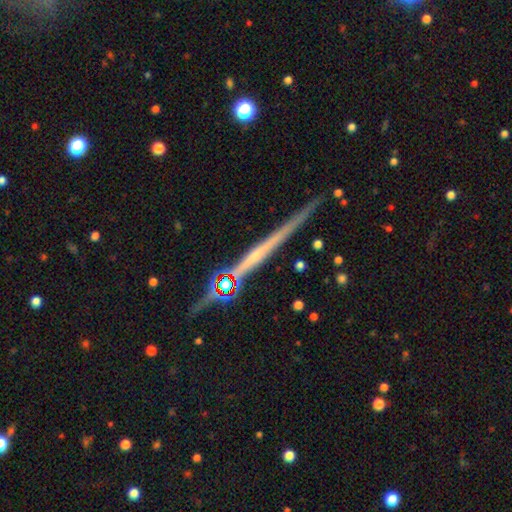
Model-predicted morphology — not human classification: Smooth or featured: featured or disk — 71% (smooth — 19%)
Edge-on disk: yes — 97% (no — 3%)
Edge-on bulge: none — 70% (rounded — 24%)
Merging: none — 83% (minor disturbance — 11%)